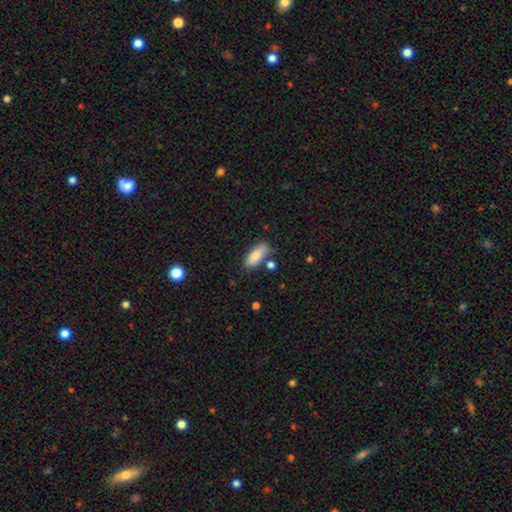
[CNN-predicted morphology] This appears to be a smooth galaxy with no disk features (85%) that is in between round and cigar-shaped (80%). Merging: none (75%).